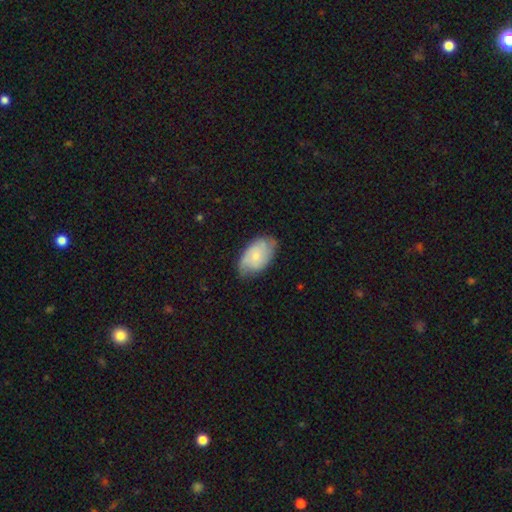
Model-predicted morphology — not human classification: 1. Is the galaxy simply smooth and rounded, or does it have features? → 52% smooth, 42% featured or disk, 6% star or artifact.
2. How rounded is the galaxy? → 93% in between, 6% round, 2% cigar-shaped.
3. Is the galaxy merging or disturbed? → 67% none, 26% minor disturbance, 6% major disturbance, 1% merger.